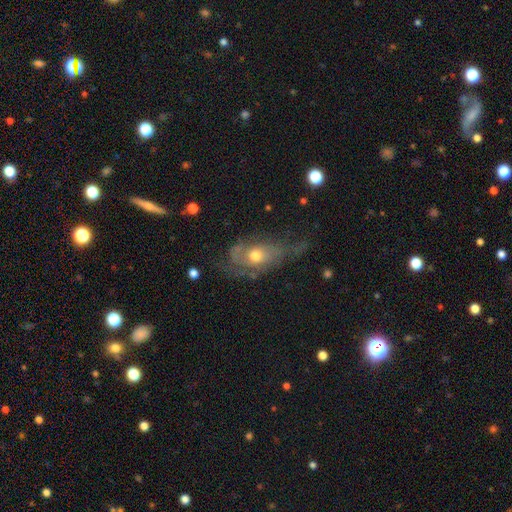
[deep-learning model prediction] Smooth or featured? featured or disk (57%)
Edge-on disk? no (89%)
Bar? no (83%)
Spiral arms? yes (65%)
Bulge size? moderate (67%)
Merging? none (37%)